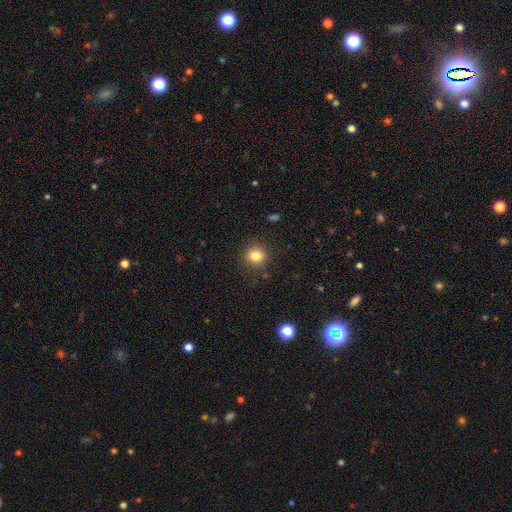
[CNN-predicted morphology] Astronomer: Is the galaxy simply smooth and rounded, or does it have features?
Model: smooth — 82%.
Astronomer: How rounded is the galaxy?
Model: round — 87%.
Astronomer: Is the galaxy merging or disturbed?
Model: none — 88%.